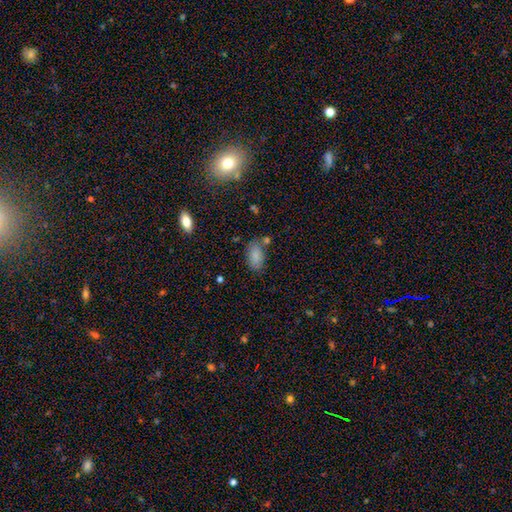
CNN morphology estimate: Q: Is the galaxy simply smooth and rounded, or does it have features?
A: smooth — 85%.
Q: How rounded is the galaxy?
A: in between — 93%.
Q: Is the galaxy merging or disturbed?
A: none — 66%.